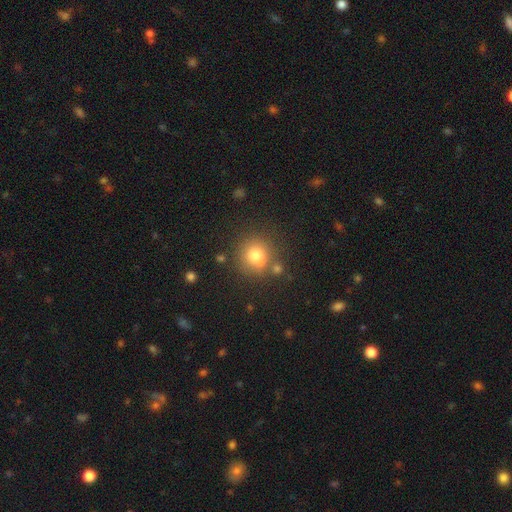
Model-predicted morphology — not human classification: A smooth galaxy with no disk features (78%) that is round (89%).

Vote fractions:
- Smooth or featured? smooth: 78% / star or artifact: 13% / featured or disk: 9%
- How rounded? round: 89% / in between: 10% / cigar-shaped: 1%
- Merging? none: 74% / minor disturbance: 12% / merger: 10% / major disturbance: 4%